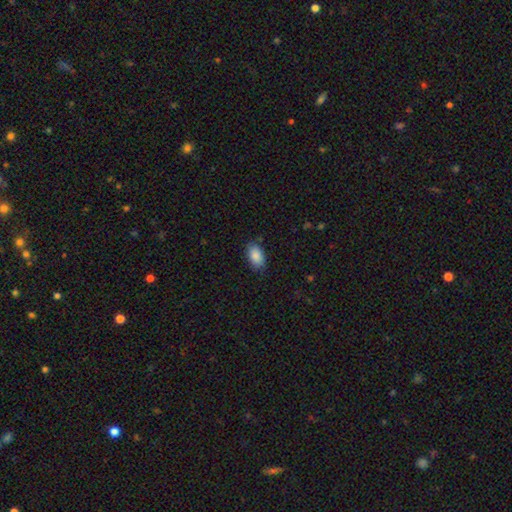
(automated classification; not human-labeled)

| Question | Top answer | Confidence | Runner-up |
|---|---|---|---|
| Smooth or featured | smooth | 88% | star or artifact (7%) |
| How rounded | in between | 93% | round (6%) |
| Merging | none | 83% | minor disturbance (13%) |